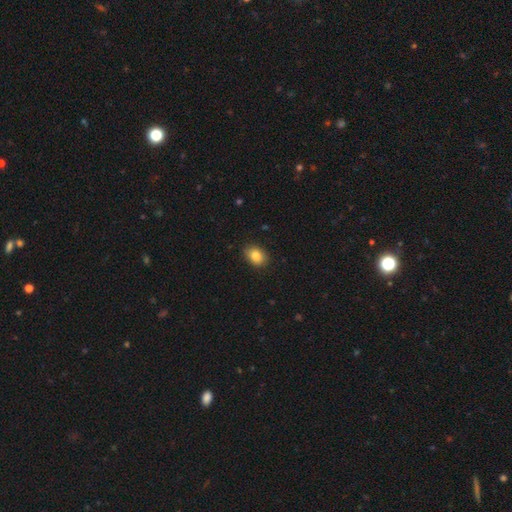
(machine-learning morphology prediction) smooth 86%, star or artifact 9%, featured or disk 6%. Down the decision tree: how rounded — in between (69%); merging — none (87%).